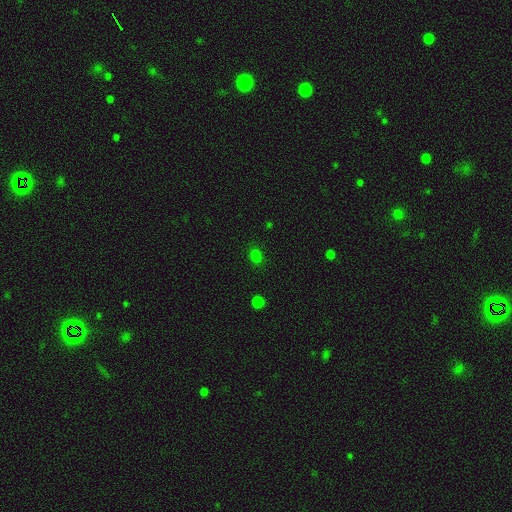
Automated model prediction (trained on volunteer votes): Overall: smooth (77%). How rounded: round (53%; in between 45%). Merging: none (86%).